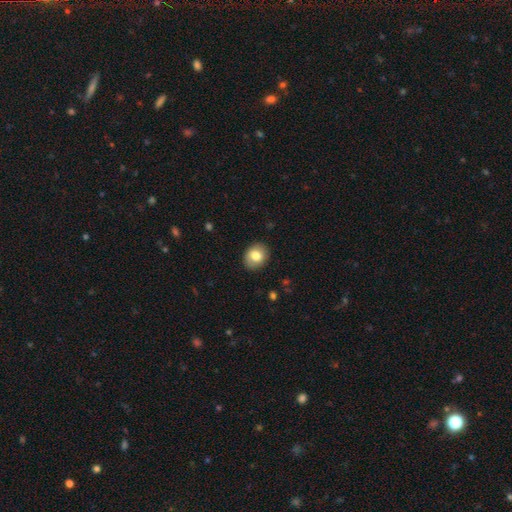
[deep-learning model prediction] This is likely a smooth galaxy (79%). How rounded: possibly round (57%). Merging: clearly none (88%).